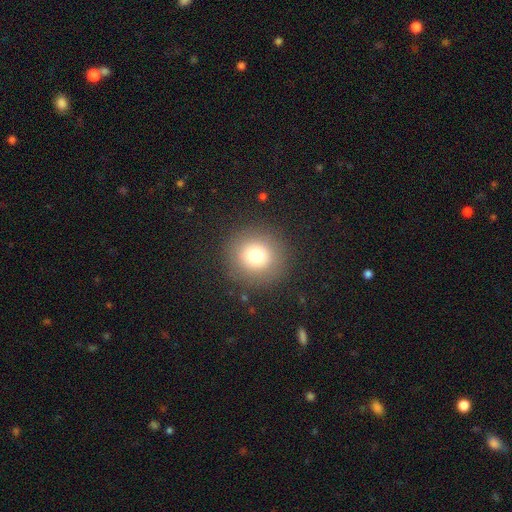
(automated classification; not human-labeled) This is likely a smooth galaxy (75%). How rounded: clearly round (94%). Merging: clearly none (88%).